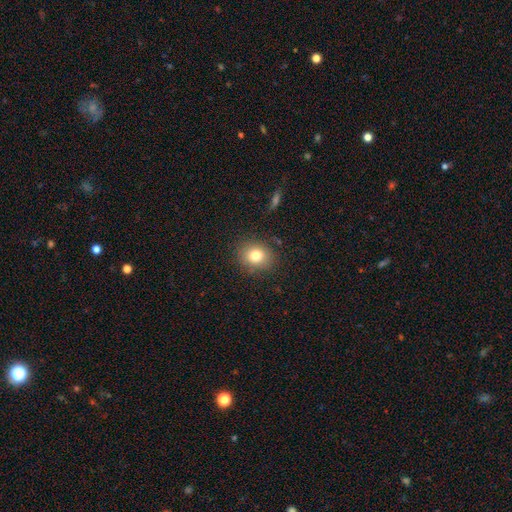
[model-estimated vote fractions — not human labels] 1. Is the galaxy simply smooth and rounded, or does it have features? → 79% smooth, 12% star or artifact, 9% featured or disk.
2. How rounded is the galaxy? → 66% round, 33% in between, 1% cigar-shaped.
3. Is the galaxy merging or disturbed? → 85% none, 10% minor disturbance, 3% major disturbance, 1% merger.